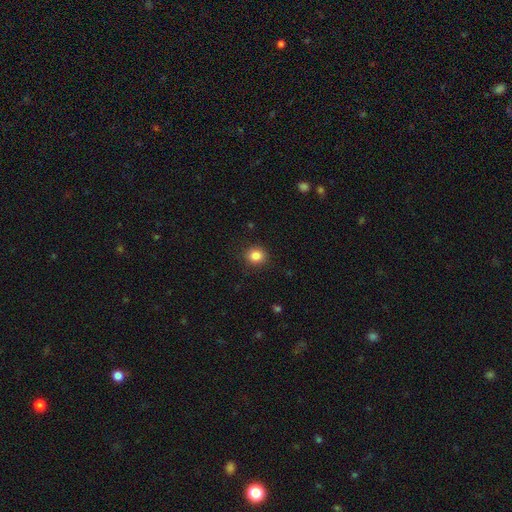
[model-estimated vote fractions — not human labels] Smooth or featured: smooth — 85% (star or artifact — 10%)
How rounded: round — 79% (in between — 21%)
Merging: none — 89% (minor disturbance — 8%)